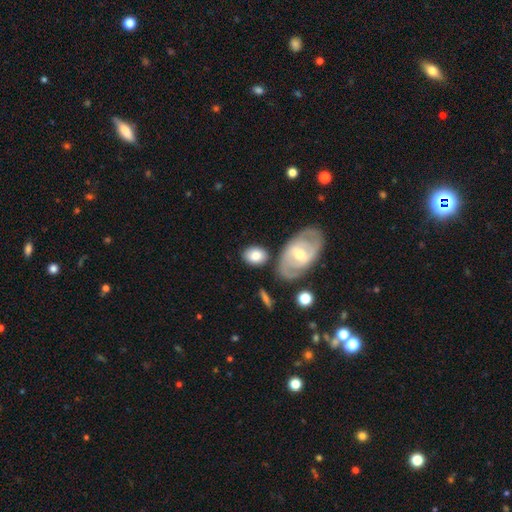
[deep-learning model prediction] Smooth or featured: smooth — 73% (featured or disk — 21%)
How rounded: in between — 69% (round — 29%)
Merging: none — 70% (minor disturbance — 15%)